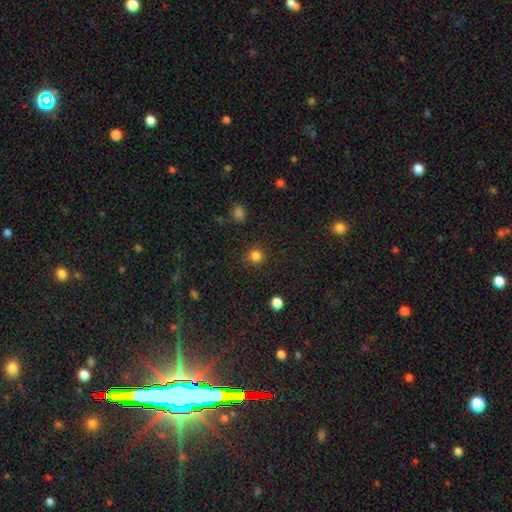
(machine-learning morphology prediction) smooth-or-featured: smooth: 83% | star or artifact: 14% | featured or disk: 4%
  how-rounded: round: 92% | in between: 7% | cigar-shaped: 1%
  merging: none: 88% | minor disturbance: 8% | major disturbance: 3% | merger: 2%